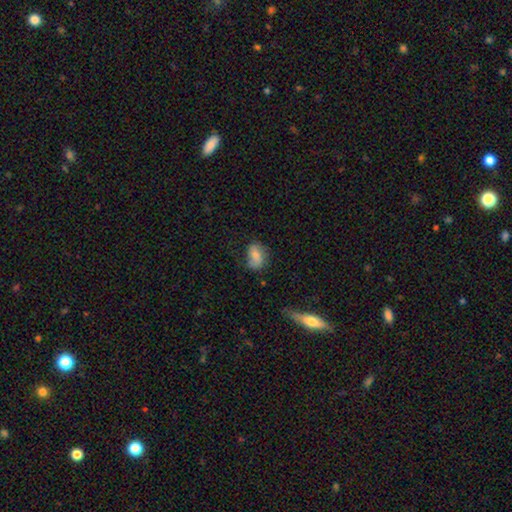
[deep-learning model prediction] Smooth or featured?
  - smooth: 72% *
  - featured or disk: 20%
  - star or artifact: 9%
How rounded?
  - in between: 82% *
  - round: 17%
  - cigar-shaped: 2%
Merging?
  - none: 57% *
  - minor disturbance: 29%
  - major disturbance: 12%
  - merger: 3%